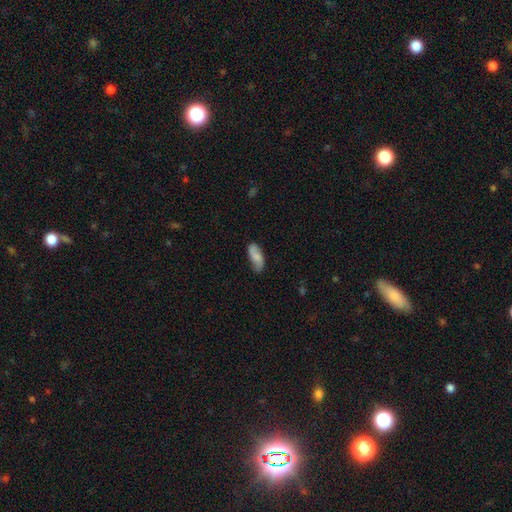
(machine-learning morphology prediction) Smooth or featured?
  - smooth: 61% *
  - featured or disk: 32%
  - star or artifact: 7%
How rounded?
  - in between: 82% *
  - cigar-shaped: 15%
  - round: 3%
Merging?
  - none: 74% *
  - minor disturbance: 20%
  - major disturbance: 4%
  - merger: 2%